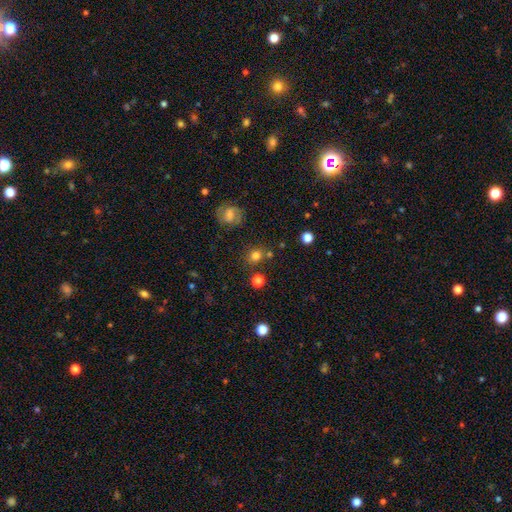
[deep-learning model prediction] A smooth galaxy with no disk features (78%) that is round (82%). Merging: none (75%).